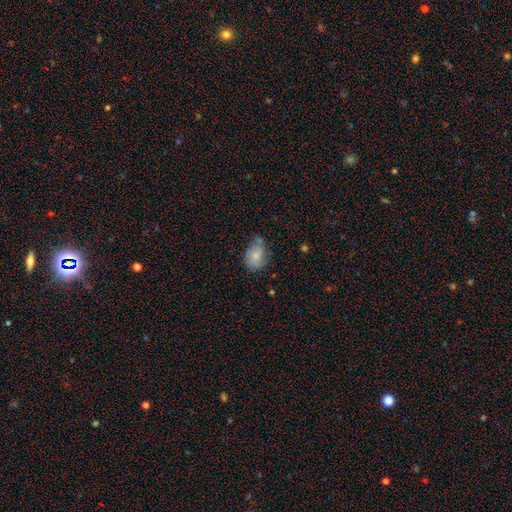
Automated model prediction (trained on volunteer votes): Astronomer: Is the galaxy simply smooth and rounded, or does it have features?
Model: smooth — 74%.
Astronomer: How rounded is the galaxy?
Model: in between — 75%.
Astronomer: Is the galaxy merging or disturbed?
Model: none — 51% (runner-up: minor disturbance, 32%).